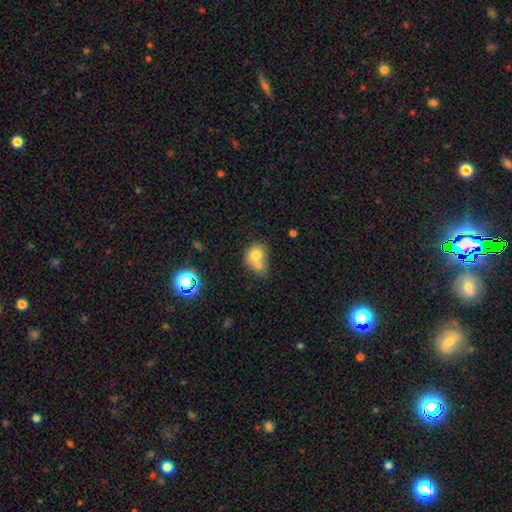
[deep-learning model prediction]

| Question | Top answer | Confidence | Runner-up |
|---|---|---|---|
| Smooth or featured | smooth | 71% | featured or disk (18%) |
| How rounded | round | 66% | in between (33%) |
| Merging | merger | 63% | none (25%) |